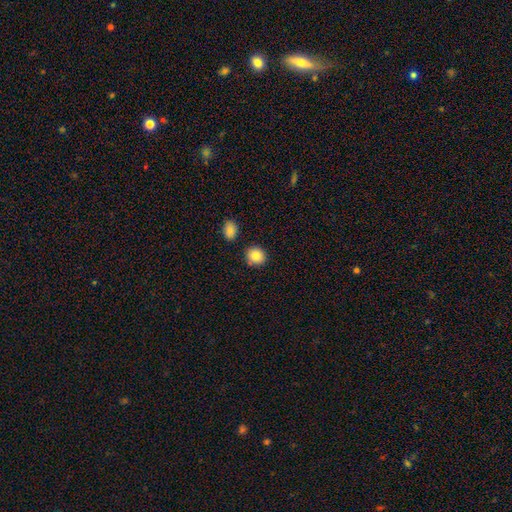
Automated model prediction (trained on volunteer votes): A smooth galaxy with no disk features (85%) that is round (83%). Merging: none (84%).